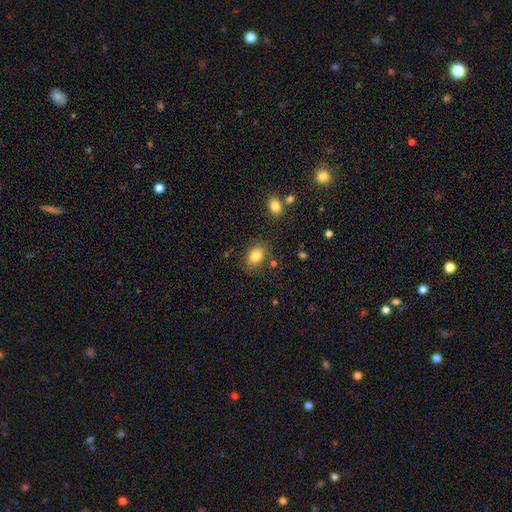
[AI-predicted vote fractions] smooth_or_featured: smooth (p=0.81) [alt: star or artifact p=0.09]
how_rounded: in between (p=0.77) [alt: round p=0.22]
merging: none (p=0.77) [alt: minor disturbance p=0.14]